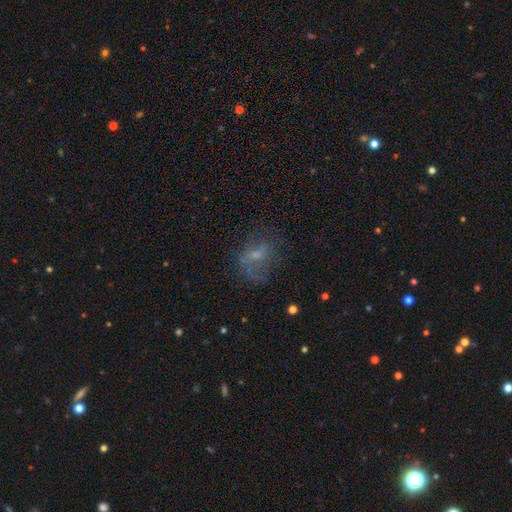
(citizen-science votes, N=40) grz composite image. It shows a smooth galaxy with no disk features (48%) that is in between round and cigar-shaped (68%). Merging: major disturbance (42%).